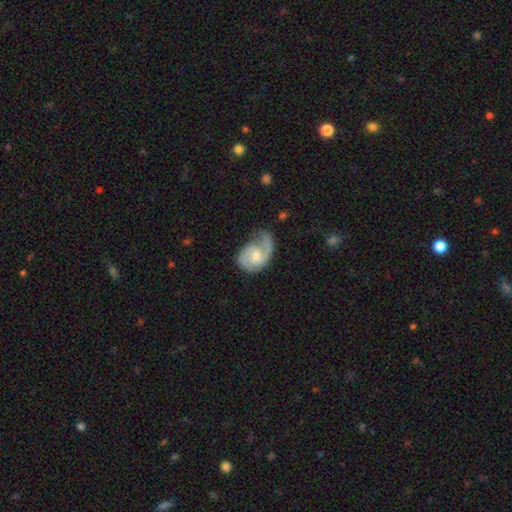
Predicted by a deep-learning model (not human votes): smooth_or_featured: featured or disk (p=0.78) [alt: smooth p=0.17]
disk_edge_on: no (p=0.98) [alt: yes p=0.02]
bar: weak (p=0.49) [alt: no p=0.43]
has_spiral_arms: yes (p=0.95) [alt: no p=0.05]
spiral_winding: medium (p=0.47) [alt: tight p=0.34]
spiral_arm_count: 2 (p=0.63) [alt: 1 p=0.25]
bulge_size: moderate (p=0.46) [alt: small p=0.33]
merging: none (p=0.48) [alt: minor disturbance p=0.30]